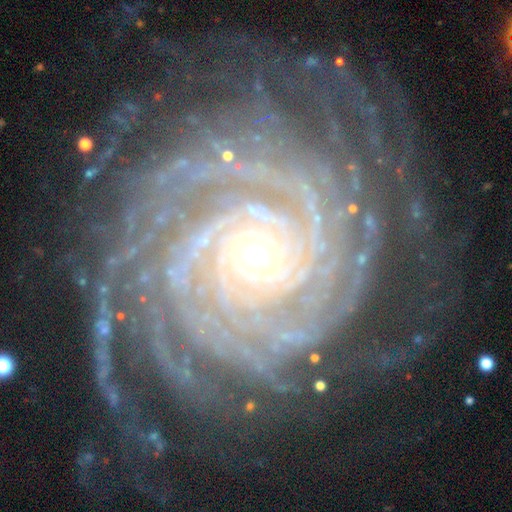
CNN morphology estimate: Smooth or featured: featured or disk — 94% (star or artifact — 4%)
Edge-on disk: no — 98% (yes — 2%)
Bar: no — 56% (weak — 28%)
Spiral arms: yes — 99% (no — 1%)
Spiral winding: tight — 87% (medium — 11%)
Spiral arm count: more than 4 — 34% (4 — 17%)
Bulge size: moderate — 48% (small — 47%)
Merging: none — 78% (minor disturbance — 13%)